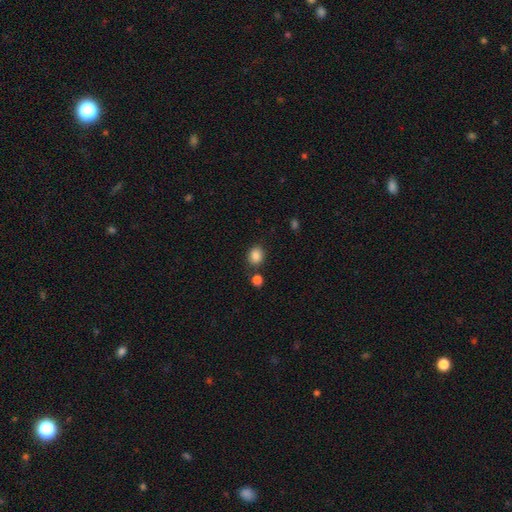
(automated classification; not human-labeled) smooth_or_featured: smooth (p=0.87) [alt: star or artifact p=0.10]
how_rounded: round (p=0.57) [alt: in between p=0.42]
merging: none (p=0.77) [alt: minor disturbance p=0.11]